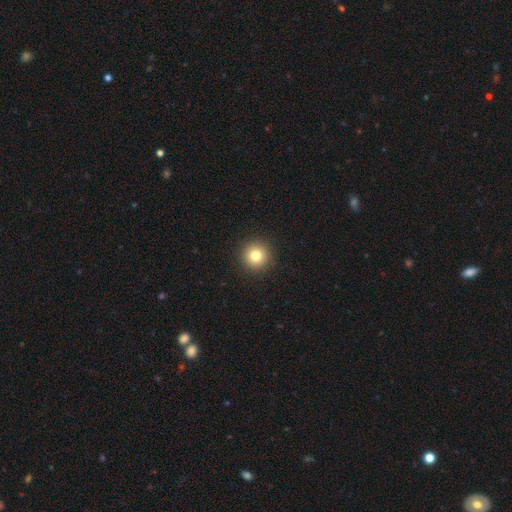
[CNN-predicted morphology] Smooth or featured? Predicted: smooth (p=0.81). How rounded? Predicted: round (p=0.96). Merging? Predicted: none (p=0.93).